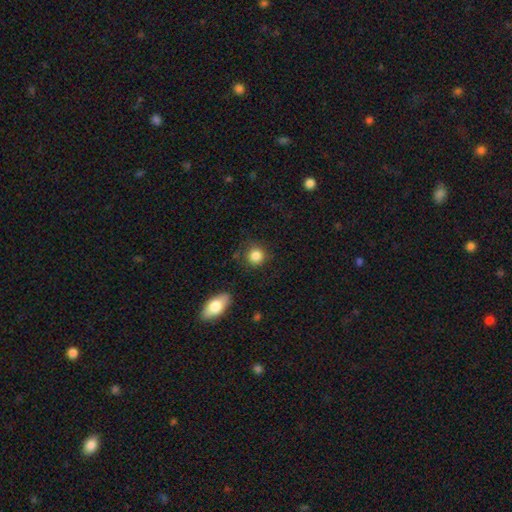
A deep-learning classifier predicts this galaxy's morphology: Smooth or featured? Predicted: smooth (p=0.86). How rounded? Predicted: round (p=0.89). Merging? Predicted: none (p=0.81).